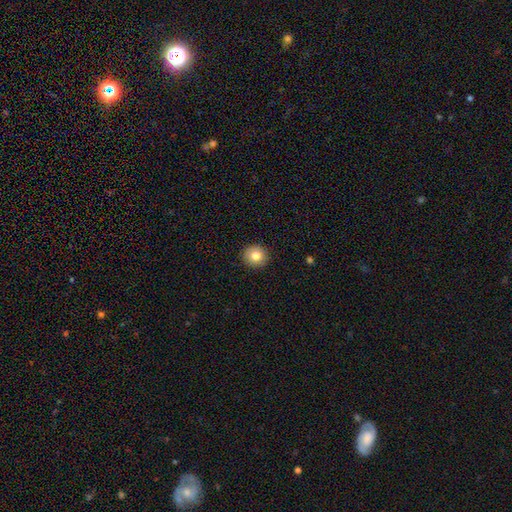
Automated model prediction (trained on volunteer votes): Morphology: type=smooth (81%); roundness=round (90%); merging=none (91%).